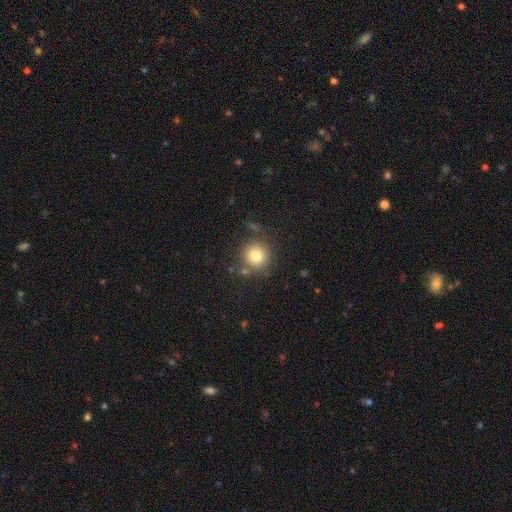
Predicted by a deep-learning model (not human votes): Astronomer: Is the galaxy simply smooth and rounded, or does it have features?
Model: smooth — 79%.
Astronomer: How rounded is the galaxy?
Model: round — 93%.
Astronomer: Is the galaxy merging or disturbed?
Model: none — 80%.